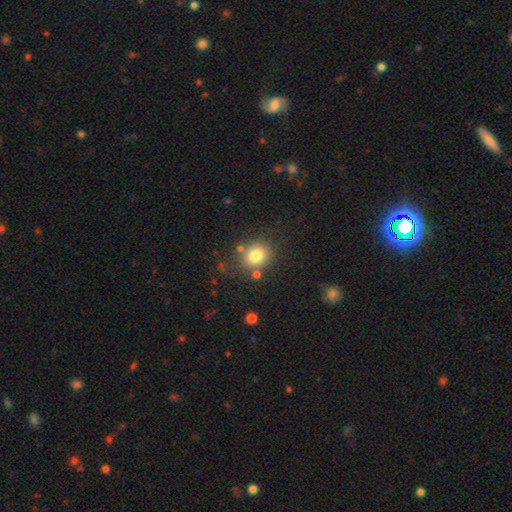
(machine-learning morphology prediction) This appears to be a smooth galaxy with no disk features (79%) that is round (72%). Merging: none (77%).